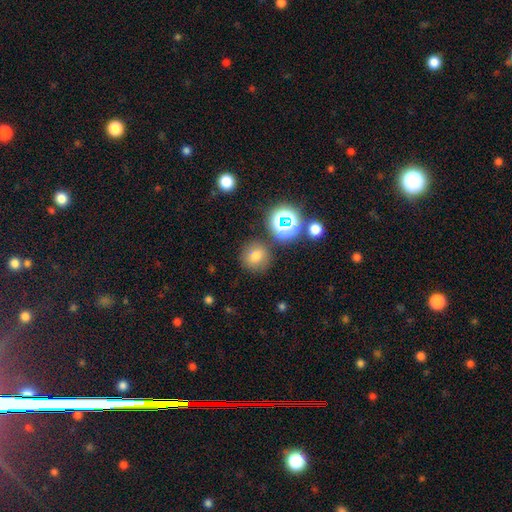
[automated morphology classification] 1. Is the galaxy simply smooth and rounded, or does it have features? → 71% smooth, 19% star or artifact, 10% featured or disk.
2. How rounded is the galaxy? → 91% round, 8% in between, 1% cigar-shaped.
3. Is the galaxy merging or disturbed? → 81% none, 9% minor disturbance, 6% merger, 4% major disturbance.